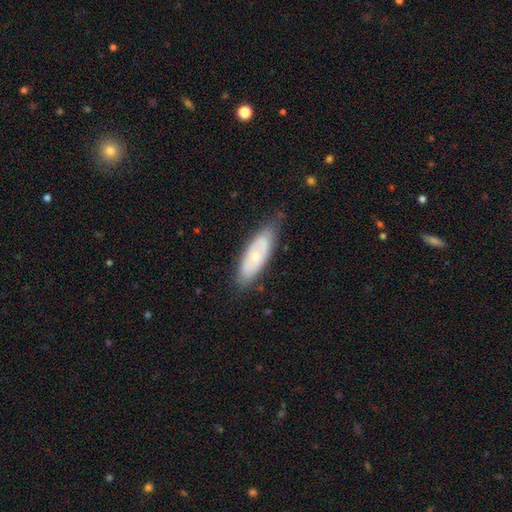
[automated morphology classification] Smooth or featured? Predicted: smooth (p=0.51). How rounded? Predicted: in between (p=0.66). Merging? Predicted: none (p=0.68).